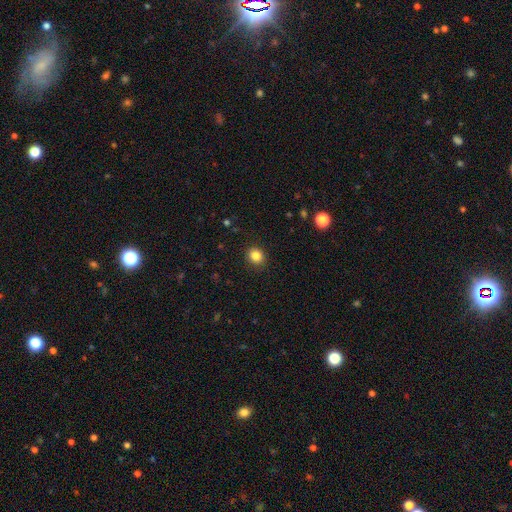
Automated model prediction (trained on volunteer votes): smooth_or_featured: smooth (p=0.85) [alt: star or artifact p=0.11]
how_rounded: round (p=0.75) [alt: in between p=0.24]
merging: none (p=0.89) [alt: minor disturbance p=0.07]